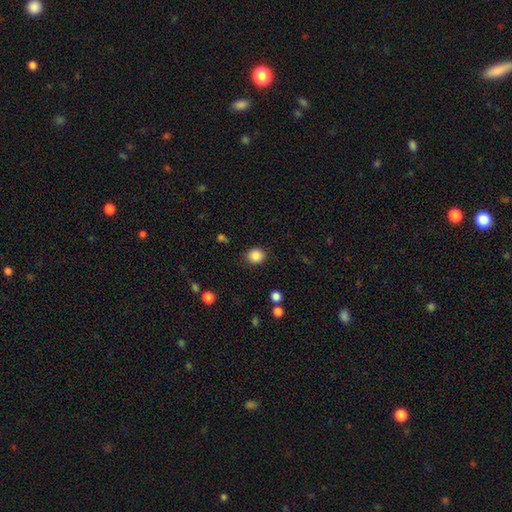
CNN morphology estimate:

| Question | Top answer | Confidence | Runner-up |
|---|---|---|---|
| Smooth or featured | smooth | 86% | star or artifact (10%) |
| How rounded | round | 77% | in between (22%) |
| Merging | none | 87% | minor disturbance (8%) |